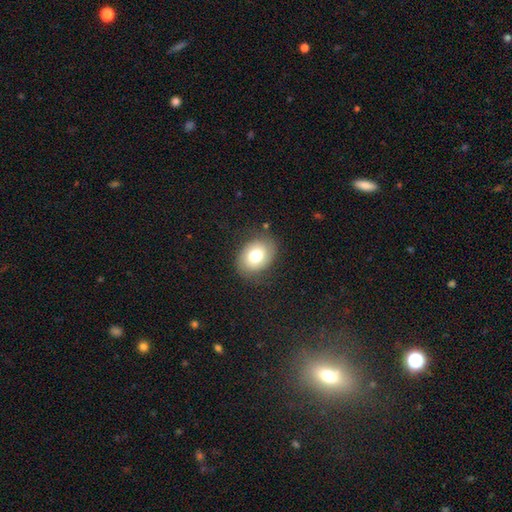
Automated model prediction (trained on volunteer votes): smooth_or_featured: smooth (p=0.68) [alt: featured or disk p=0.23]
how_rounded: in between (p=0.68) [alt: round p=0.31]
merging: none (p=0.78) [alt: minor disturbance p=0.16]